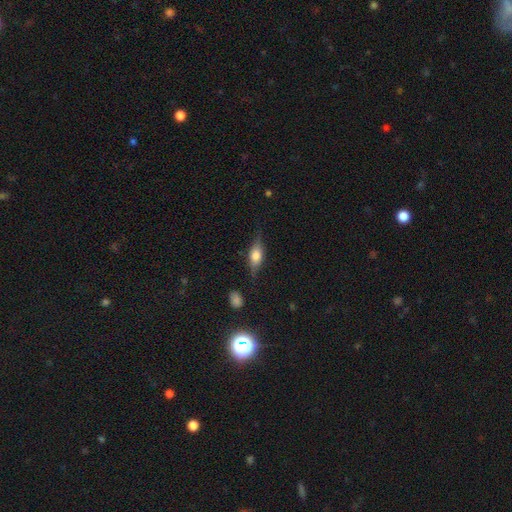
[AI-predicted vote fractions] A featured or disk galaxy (54%) viewed edge-on (92%).

Vote fractions:
- Smooth or featured? featured or disk: 54% / smooth: 38% / star or artifact: 8%
- Edge-on disk? yes: 92% / no: 8%
- Merging? none: 76% / minor disturbance: 17% / major disturbance: 5% / merger: 2%